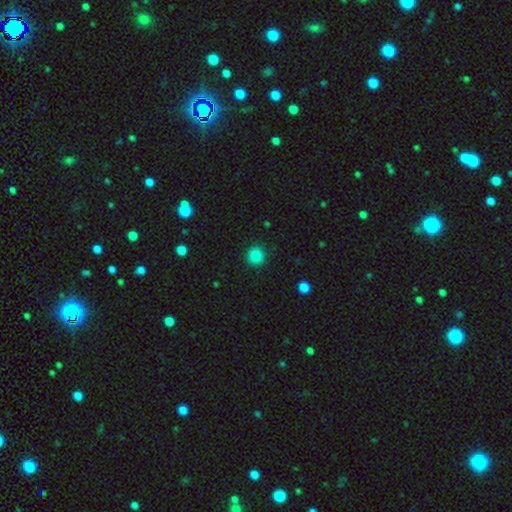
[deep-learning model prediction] smooth 86%, star or artifact 11%, featured or disk 3%. Down the decision tree: how rounded — round (94%); merging — none (92%).